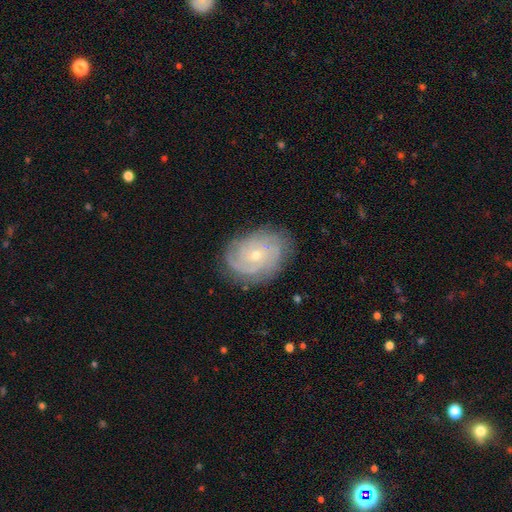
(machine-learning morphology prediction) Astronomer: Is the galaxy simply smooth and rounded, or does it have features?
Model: featured or disk — 81%.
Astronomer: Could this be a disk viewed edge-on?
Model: no — 97%.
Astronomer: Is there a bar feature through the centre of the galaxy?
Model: no — 79%.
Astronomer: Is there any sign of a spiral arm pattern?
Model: yes — 95%.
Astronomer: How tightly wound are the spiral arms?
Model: tight — 69%.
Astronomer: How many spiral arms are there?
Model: can't tell — 33% (runner-up: 3, 24%).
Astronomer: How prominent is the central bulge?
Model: small — 69%.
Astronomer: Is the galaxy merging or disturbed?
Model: none — 79%.